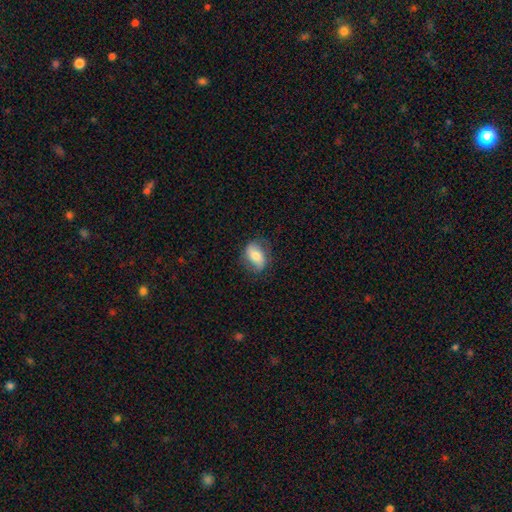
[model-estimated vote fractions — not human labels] A smooth galaxy with no disk features (53%) that is in between round and cigar-shaped (80%).

Vote fractions:
- Smooth or featured? smooth: 53% / featured or disk: 39% / star or artifact: 7%
- How rounded? in between: 80% / round: 18% / cigar-shaped: 3%
- Merging? none: 73% / minor disturbance: 19% / major disturbance: 7% / merger: 1%